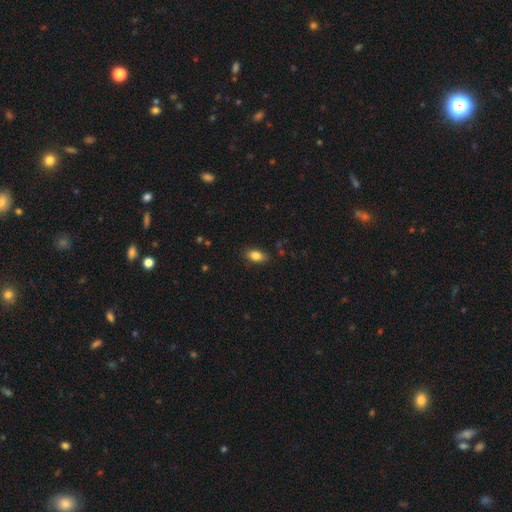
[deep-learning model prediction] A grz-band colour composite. It shows a smooth galaxy with no disk features (84%) that is in between round and cigar-shaped (88%). Merging: none (84%).